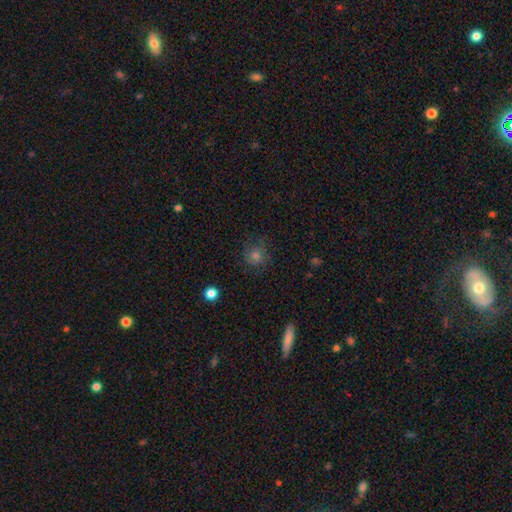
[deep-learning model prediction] This is likely a smooth galaxy (60%). How rounded: clearly round (86%). Merging: likely none (76%).